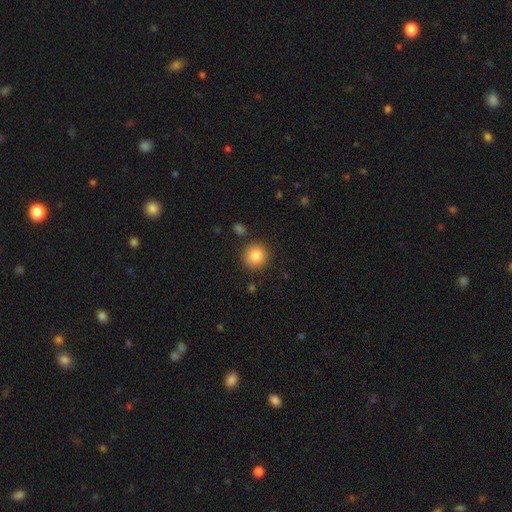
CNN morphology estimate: Smooth or featured?
  - smooth: 84% *
  - star or artifact: 10%
  - featured or disk: 7%
How rounded?
  - round: 91% *
  - in between: 8%
  - cigar-shaped: 1%
Merging?
  - none: 88% *
  - minor disturbance: 8%
  - major disturbance: 2%
  - merger: 2%